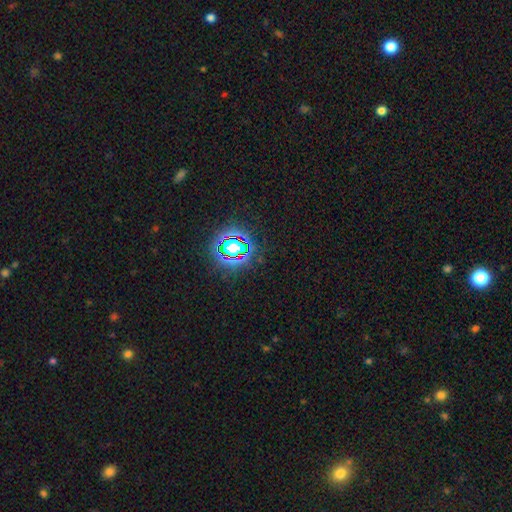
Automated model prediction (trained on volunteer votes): Smooth or featured?
  - star or artifact: 81% *
  - smooth: 12%
  - featured or disk: 7%